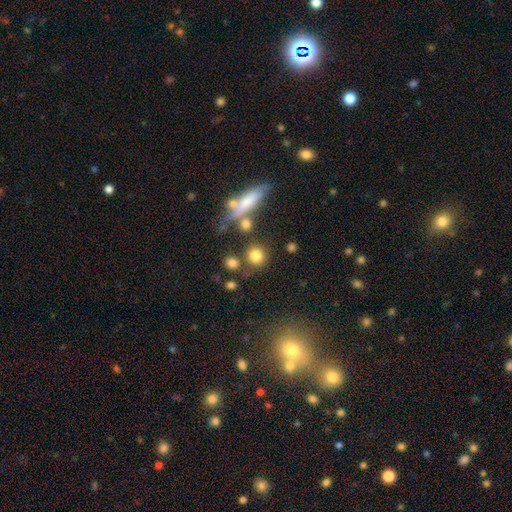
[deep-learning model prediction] This appears to be a smooth galaxy with no disk features (79%) that is round (84%). Merging: none (70%).